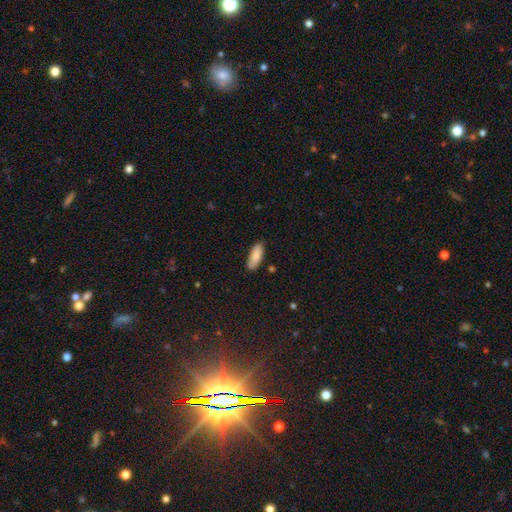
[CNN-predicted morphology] Smooth or featured: smooth — 86% (featured or disk — 8%)
How rounded: in between — 69% (cigar-shaped — 29%)
Merging: none — 84% (minor disturbance — 12%)